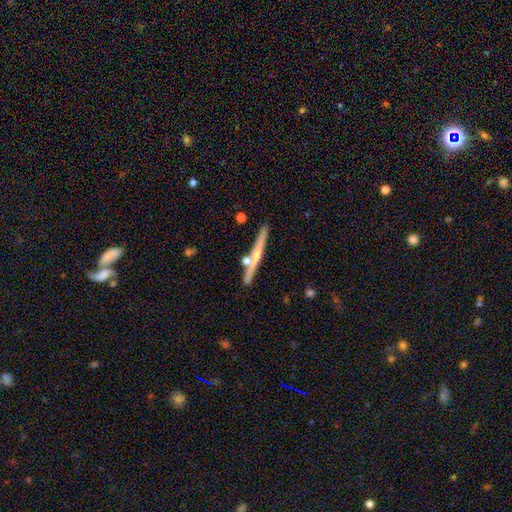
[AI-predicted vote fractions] Smooth or featured?
  - featured or disk: 56% *
  - smooth: 38%
  - star or artifact: 6%
Edge-on disk?
  - yes: 96% *
  - no: 4%
Edge-on bulge?
  - rounded: 54% *
  - none: 41%
  - boxy: 5%
Merging?
  - none: 81% *
  - minor disturbance: 9%
  - merger: 8%
  - major disturbance: 2%